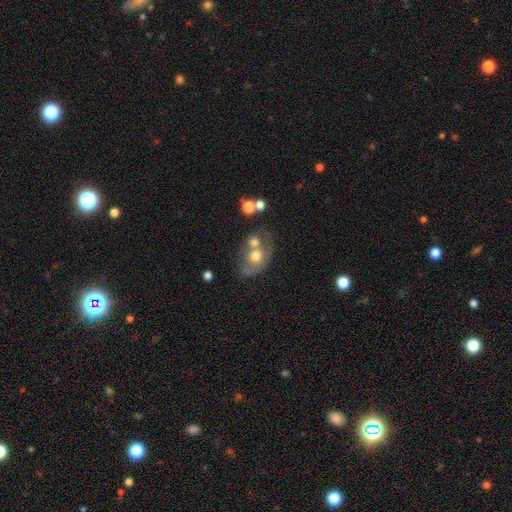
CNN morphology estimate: smooth 50%, featured or disk 41%, star or artifact 9%. Down the decision tree: merging — merger (50%).